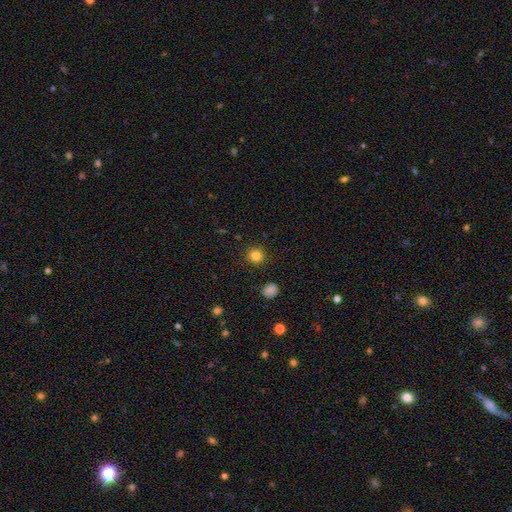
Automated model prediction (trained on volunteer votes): Smooth or featured? smooth (82%)
How rounded? round (92%)
Merging? none (91%)